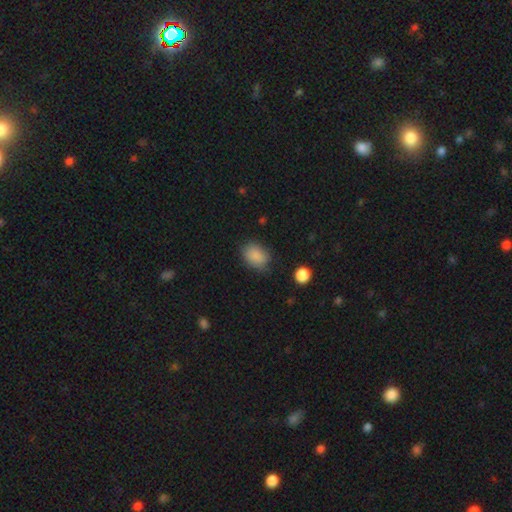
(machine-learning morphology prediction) Smooth or featured: smooth — 86% (star or artifact — 9%)
How rounded: in between — 69% (round — 30%)
Merging: none — 75% (minor disturbance — 19%)